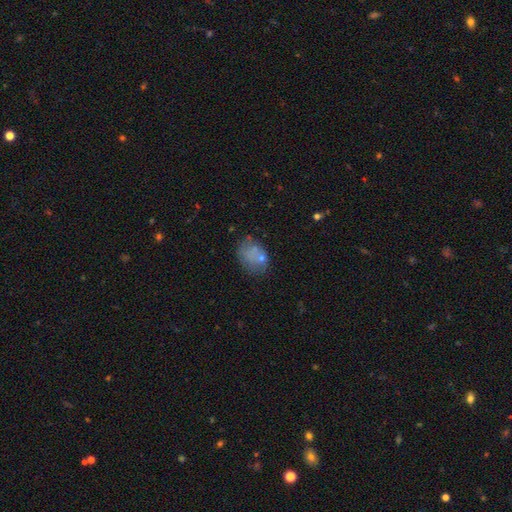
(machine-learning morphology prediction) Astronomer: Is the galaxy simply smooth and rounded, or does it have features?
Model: smooth — 66%.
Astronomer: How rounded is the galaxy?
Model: in between — 71%.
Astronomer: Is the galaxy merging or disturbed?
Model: none — 50% (runner-up: minor disturbance, 25%).